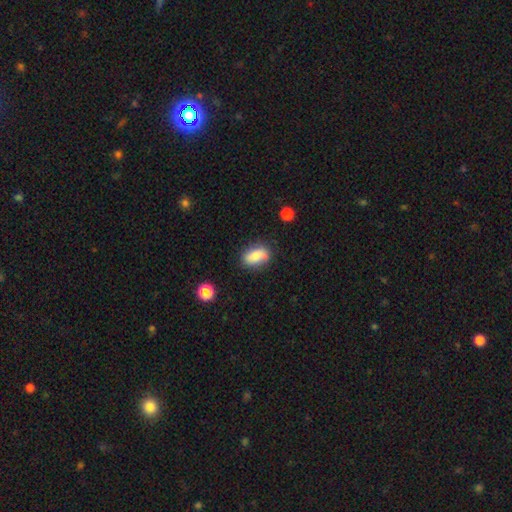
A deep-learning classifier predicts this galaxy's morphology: Smooth or featured? smooth (75%)
How rounded? in between (86%)
Merging? none (68%)